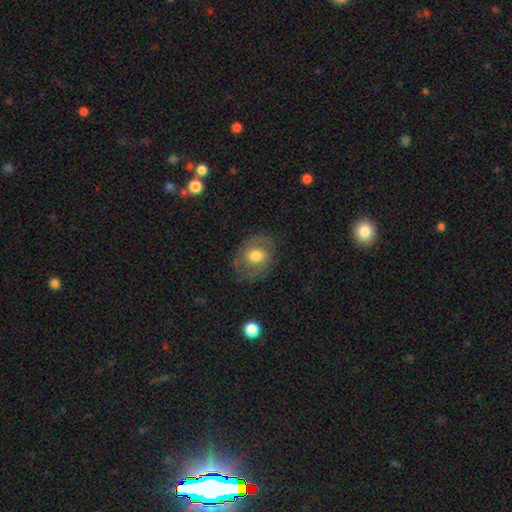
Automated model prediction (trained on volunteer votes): Overall: smooth (63%; featured or disk 29%). How rounded: round (54%; in between 45%). Merging: none (72%).